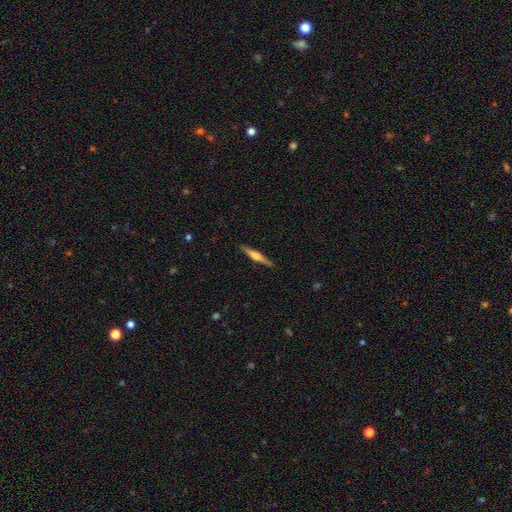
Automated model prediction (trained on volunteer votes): Smooth or featured? featured or disk (59%)
Edge-on disk? yes (98%)
Edge-on bulge? rounded (78%)
Merging? none (90%)